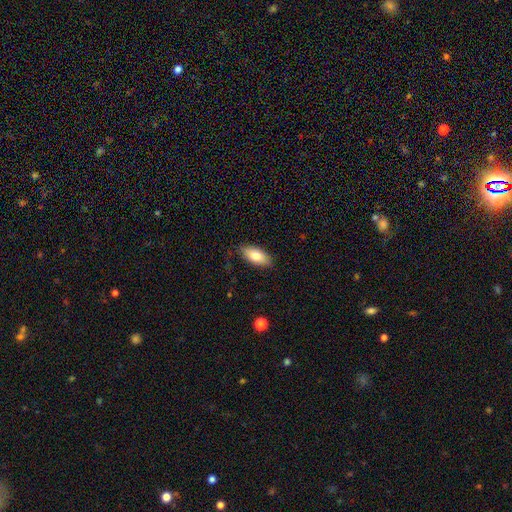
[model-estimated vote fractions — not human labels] Smooth or featured?
  - smooth: 77% *
  - featured or disk: 16%
  - star or artifact: 7%
How rounded?
  - in between: 89% *
  - cigar-shaped: 8%
  - round: 3%
Merging?
  - none: 84% *
  - minor disturbance: 13%
  - major disturbance: 2%
  - merger: 1%